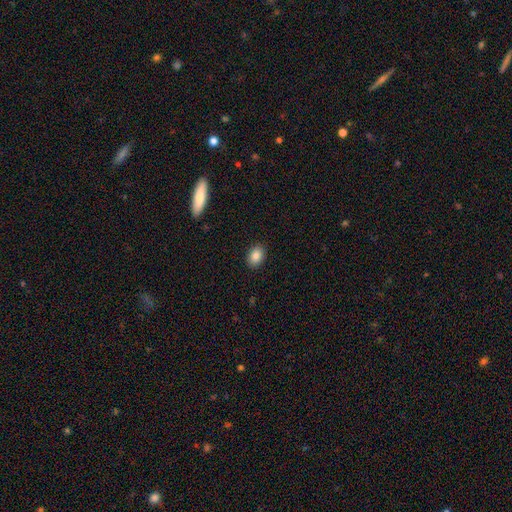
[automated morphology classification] A smooth galaxy with no disk features (87%) that is in between round and cigar-shaped (79%).

Vote fractions:
- Smooth or featured? smooth: 87% / star or artifact: 8% / featured or disk: 5%
- How rounded? in between: 79% / round: 19% / cigar-shaped: 1%
- Merging? none: 89% / minor disturbance: 8% / major disturbance: 2% / merger: 1%